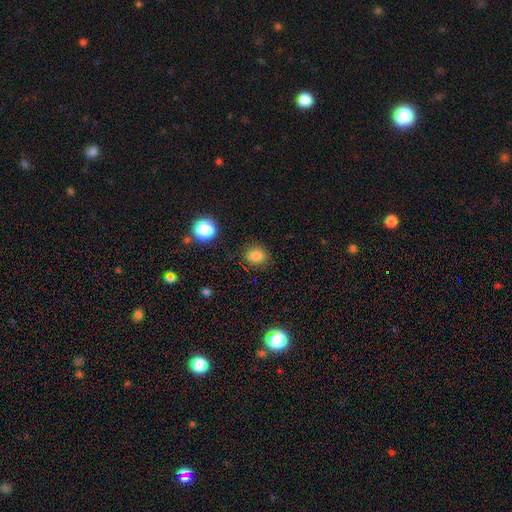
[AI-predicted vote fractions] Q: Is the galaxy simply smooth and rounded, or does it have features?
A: smooth — 81%.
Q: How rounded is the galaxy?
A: round — 69%.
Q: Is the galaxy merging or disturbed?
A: none — 84%.